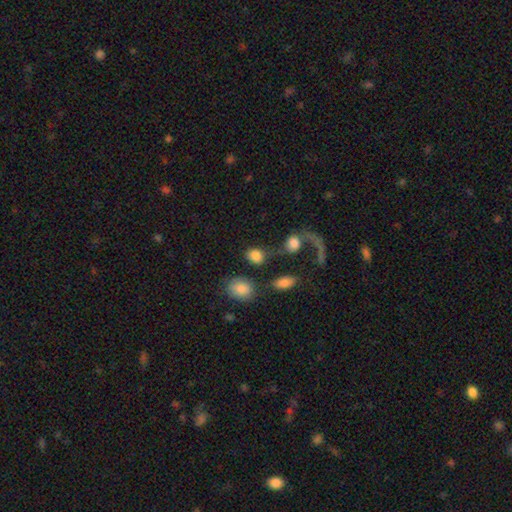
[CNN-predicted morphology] This is clearly a smooth galaxy (82%). How rounded: possibly in between (55%). Merging: possibly none (52%).